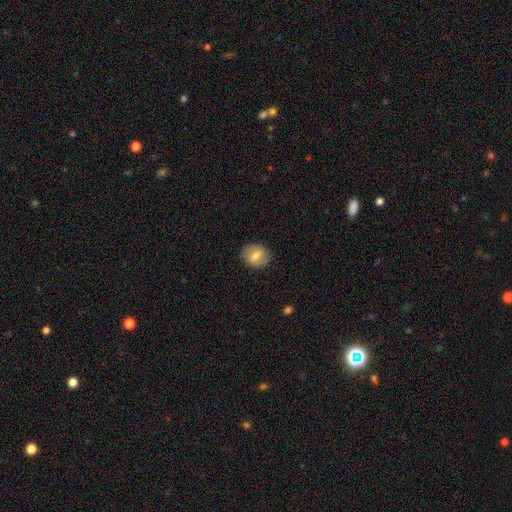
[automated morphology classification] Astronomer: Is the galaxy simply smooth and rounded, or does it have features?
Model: smooth — 63%.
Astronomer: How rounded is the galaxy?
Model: round — 65%.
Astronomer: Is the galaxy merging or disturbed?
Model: none — 86%.